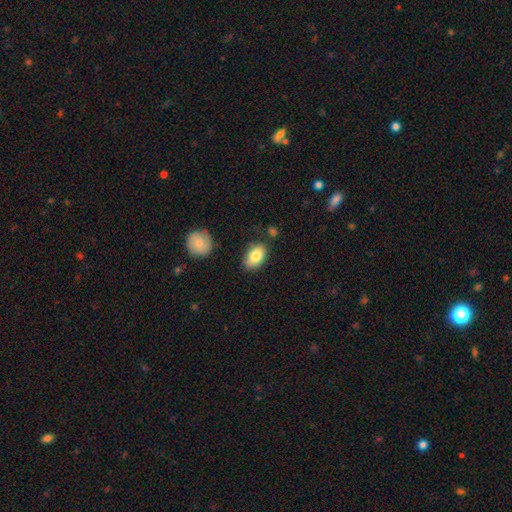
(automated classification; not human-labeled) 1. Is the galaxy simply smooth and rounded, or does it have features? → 83% smooth, 10% featured or disk, 7% star or artifact.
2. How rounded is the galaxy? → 90% in between, 8% round, 2% cigar-shaped.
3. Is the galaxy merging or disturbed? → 74% none, 19% minor disturbance, 4% merger, 4% major disturbance.